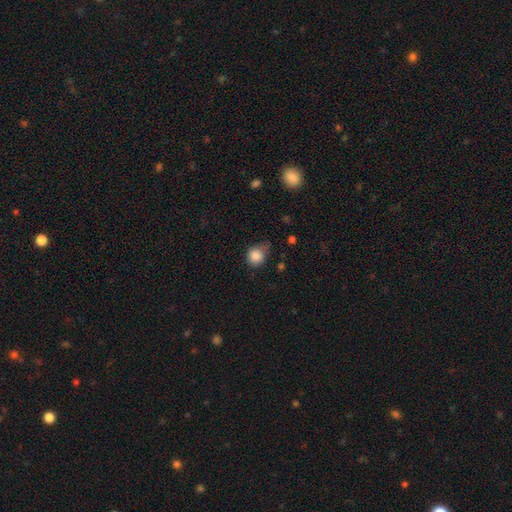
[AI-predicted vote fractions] Smooth or featured: smooth — 85% (star or artifact — 9%)
How rounded: round — 81% (in between — 18%)
Merging: none — 48% (minor disturbance — 38%)